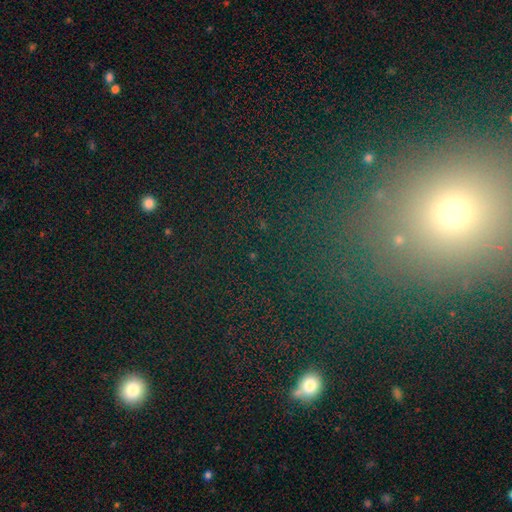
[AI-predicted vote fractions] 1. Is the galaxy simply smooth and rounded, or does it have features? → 51% star or artifact, 35% smooth, 14% featured or disk.